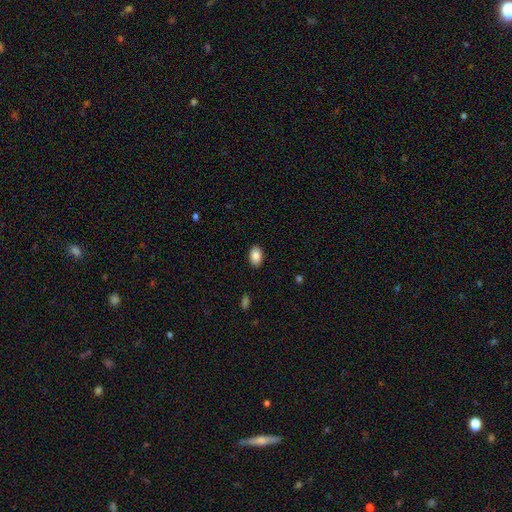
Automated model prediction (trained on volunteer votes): This appears to be a smooth galaxy with no disk features (88%) that is in between round and cigar-shaped (87%). Merging: none (88%).